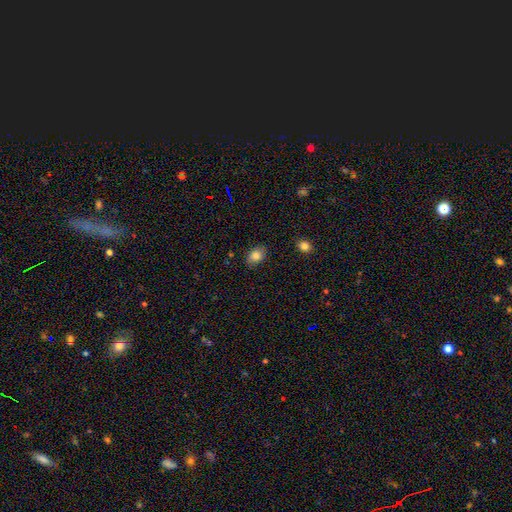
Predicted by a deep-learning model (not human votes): Morphology: type=smooth (83%); roundness=in between (69%); merging=none (84%).